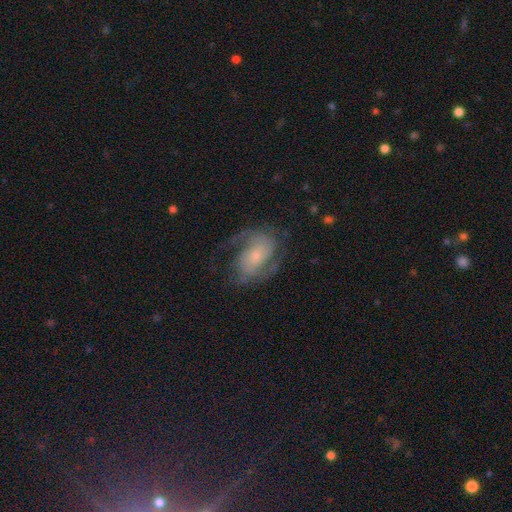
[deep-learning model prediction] Smooth or featured? Predicted: featured or disk (p=0.80). Edge-on disk? Predicted: no (p=0.97). Bar? Predicted: no (p=0.53). Spiral arms? Predicted: yes (p=0.94). Spiral winding? Predicted: medium (p=0.51). Spiral arm count? Predicted: 2 (p=0.82). Bulge size? Predicted: small (p=0.64). Merging? Predicted: none (p=0.63).